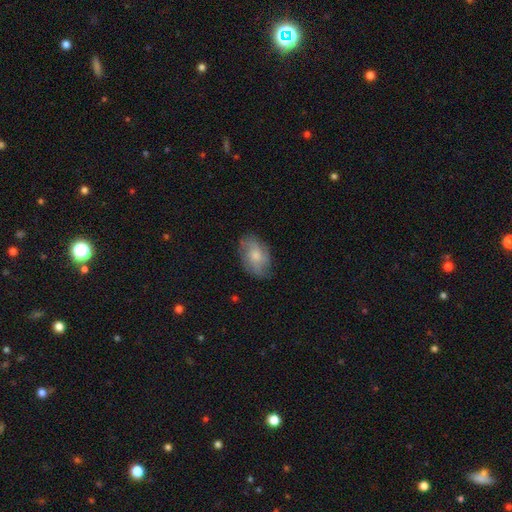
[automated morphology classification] This is possibly a smooth galaxy (55%). How rounded: clearly in between (88%). Merging: likely none (74%).